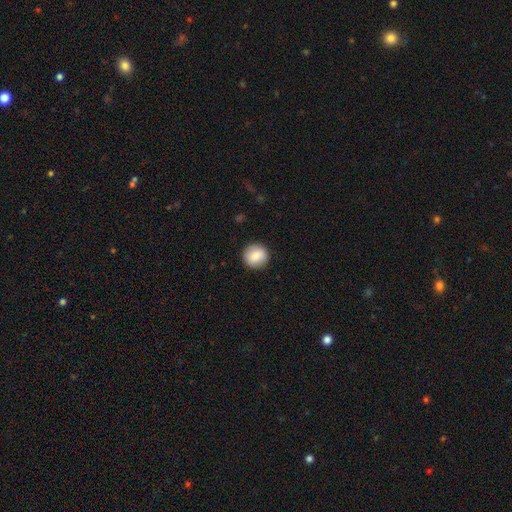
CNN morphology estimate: smooth-or-featured: smooth: 82% | featured or disk: 10% | star or artifact: 8%
  how-rounded: round: 92% | in between: 7% | cigar-shaped: 1%
  merging: none: 90% | minor disturbance: 7% | major disturbance: 2% | merger: 1%